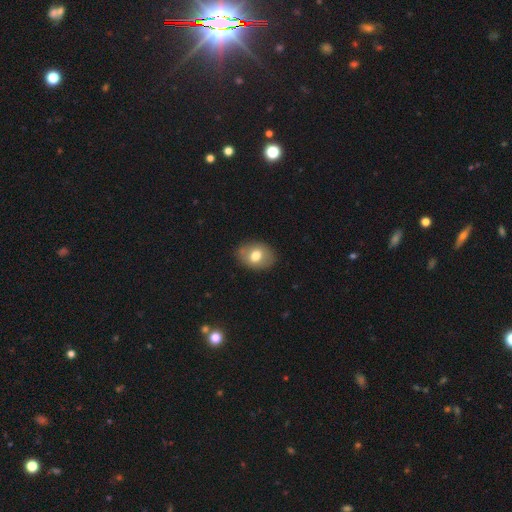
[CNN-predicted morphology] This is likely a smooth galaxy (71%). How rounded: likely in between (70%). Merging: clearly none (82%).